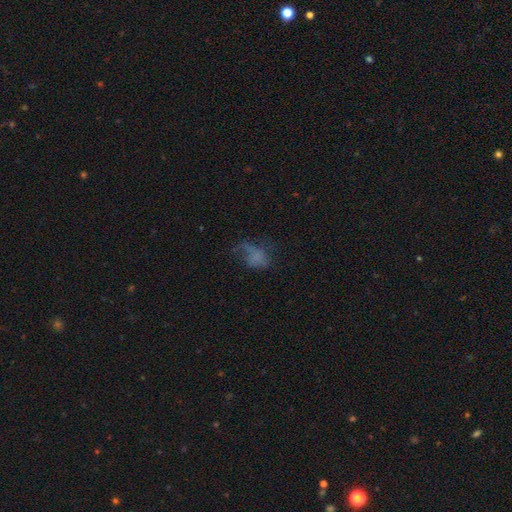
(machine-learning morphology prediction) smooth_or_featured: smooth (p=0.45) [alt: featured or disk p=0.37]
merging: major disturbance (p=0.45) [alt: none p=0.31]